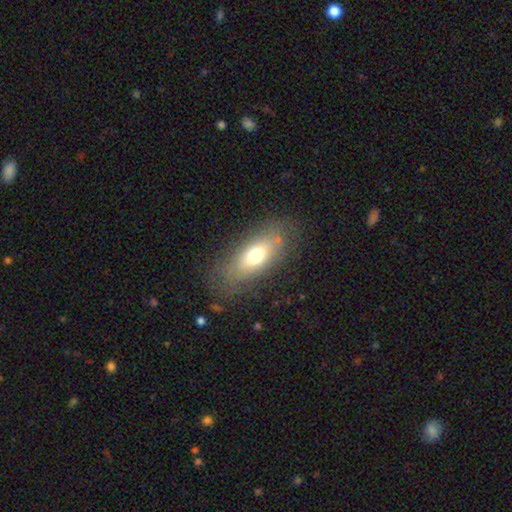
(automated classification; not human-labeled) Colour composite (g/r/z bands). It shows a smooth galaxy with no disk features (65%) that is in between round and cigar-shaped (79%). Merging: none (76%).